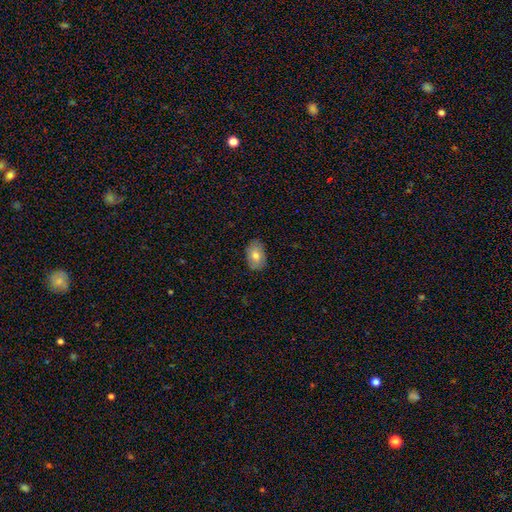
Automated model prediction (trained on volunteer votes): smooth_or_featured: smooth (p=0.74) [alt: featured or disk p=0.19]
how_rounded: in between (p=0.85) [alt: round p=0.14]
merging: none (p=0.83) [alt: minor disturbance p=0.14]